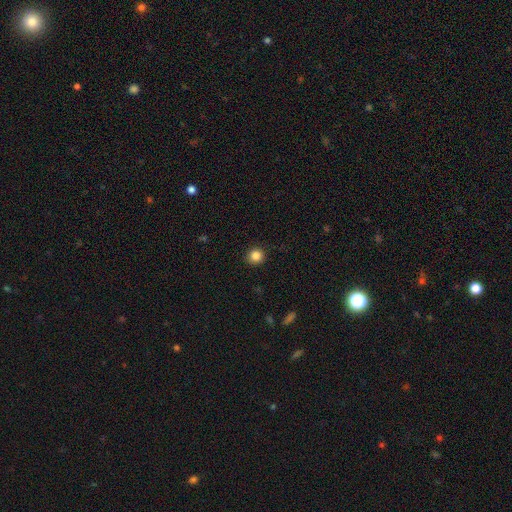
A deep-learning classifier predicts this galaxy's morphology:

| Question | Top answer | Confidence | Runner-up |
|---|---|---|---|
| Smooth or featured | smooth | 85% | star or artifact (11%) |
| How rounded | round | 93% | in between (6%) |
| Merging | none | 92% | minor disturbance (5%) |